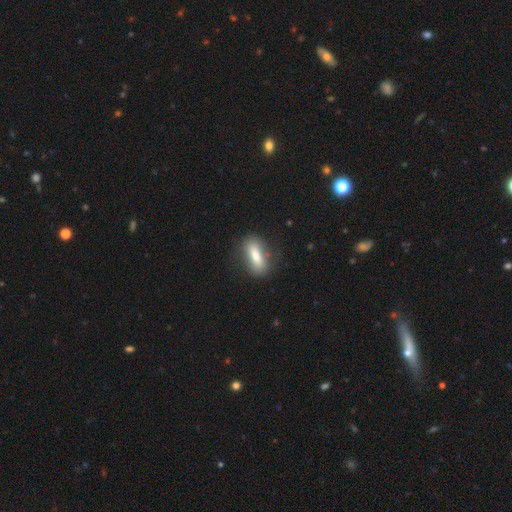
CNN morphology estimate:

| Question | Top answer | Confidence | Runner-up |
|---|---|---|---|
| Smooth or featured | smooth | 75% | featured or disk (18%) |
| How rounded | in between | 59% | cigar-shaped (37%) |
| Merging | none | 80% | minor disturbance (14%) |